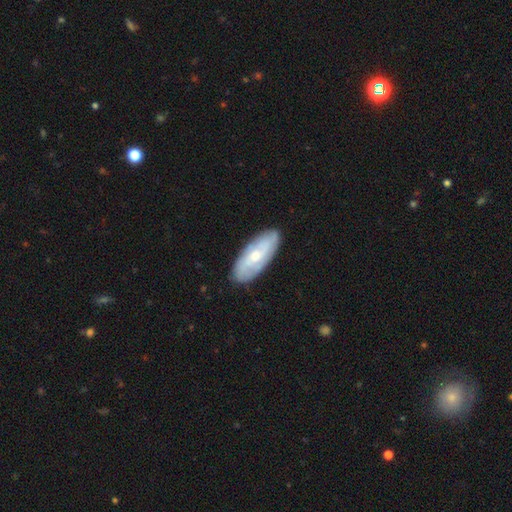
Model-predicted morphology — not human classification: This is possibly a featured or disk galaxy (54%). It is clearly not viewed edge-on (85%). Merging: clearly none (84%).